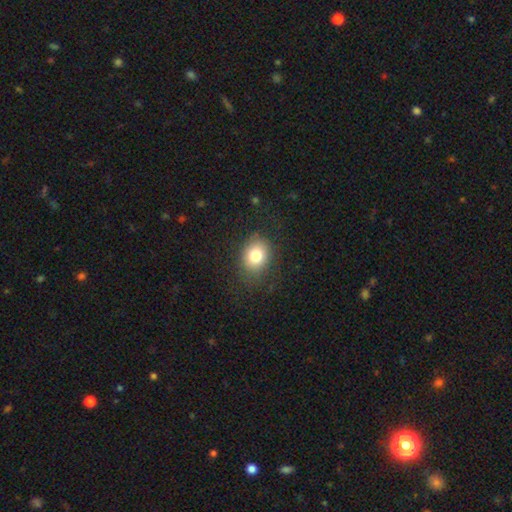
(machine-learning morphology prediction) Smooth or featured?
  - smooth: 79% *
  - star or artifact: 11%
  - featured or disk: 10%
How rounded?
  - round: 52% *
  - in between: 47%
  - cigar-shaped: 1%
Merging?
  - none: 81% *
  - minor disturbance: 13%
  - major disturbance: 5%
  - merger: 1%